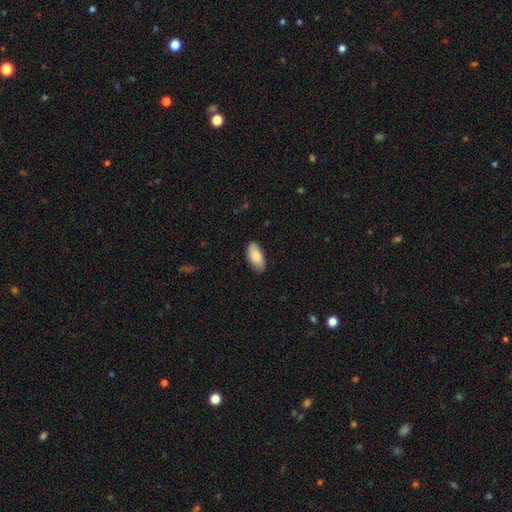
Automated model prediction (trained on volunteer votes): smooth 83%, featured or disk 11%, star or artifact 6%. Down the decision tree: how rounded — in between (92%); merging — none (82%).